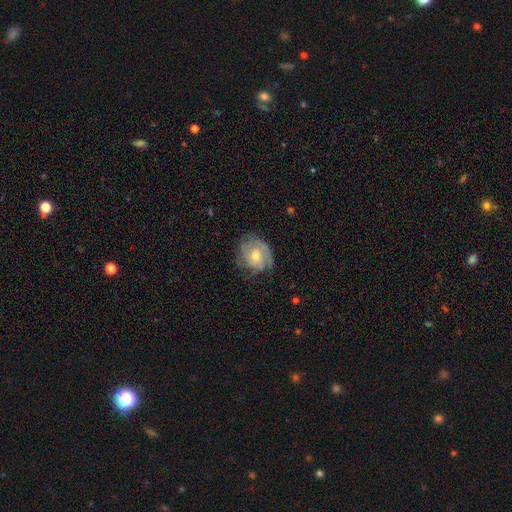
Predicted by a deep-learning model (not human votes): Q: Smooth or featured?
A: featured or disk (64%); runner-up: smooth (28%)
Q: Edge-on disk?
A: no (97%); runner-up: yes (3%)
Q: Bar?
A: no (69%); runner-up: weak (27%)
Q: Spiral arms?
A: yes (84%); runner-up: no (16%)
Q: Spiral winding?
A: tight (57%); runner-up: medium (32%)
Q: Spiral arm count?
A: can't tell (35%); runner-up: 2 (34%)
Q: Bulge size?
A: moderate (60%); runner-up: small (34%)
Q: Merging?
A: none (67%); runner-up: minor disturbance (23%)